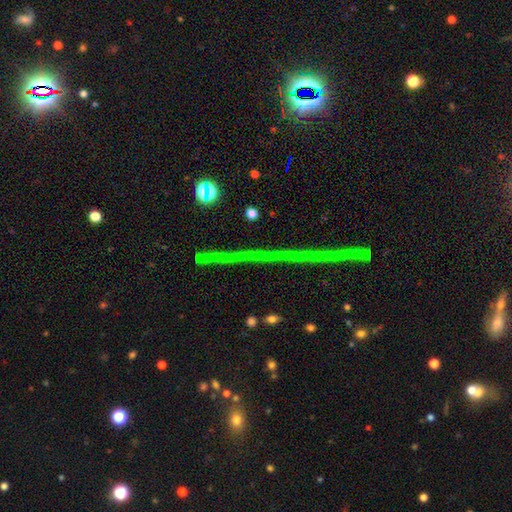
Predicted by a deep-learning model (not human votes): Overall: star or artifact (64%).